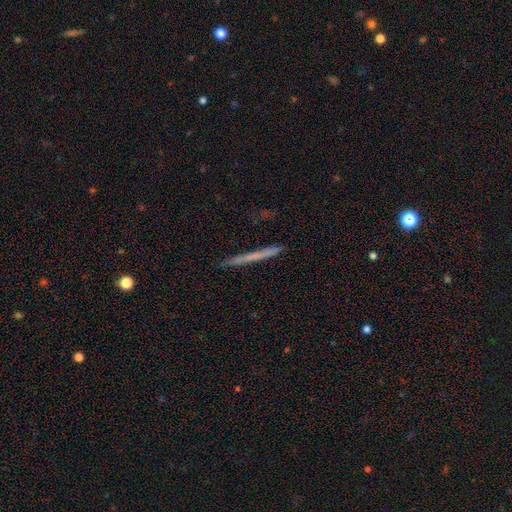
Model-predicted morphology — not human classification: Smooth or featured: smooth — 51% (featured or disk — 41%)
How rounded: cigar-shaped — 97% (round — 2%)
Merging: none — 90% (minor disturbance — 7%)